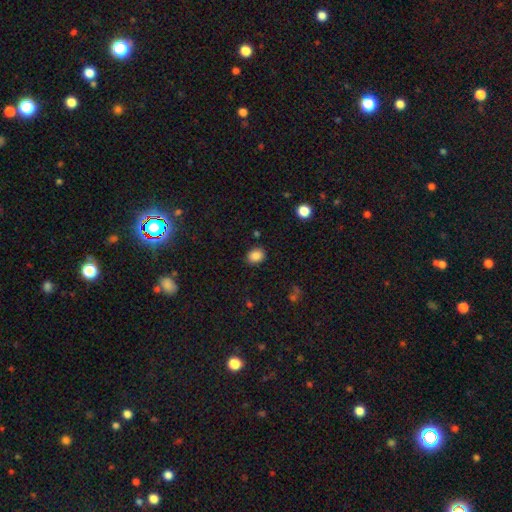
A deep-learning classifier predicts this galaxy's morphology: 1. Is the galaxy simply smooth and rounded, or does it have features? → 86% smooth, 10% star or artifact, 4% featured or disk.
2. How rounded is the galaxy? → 53% round, 46% in between, 1% cigar-shaped.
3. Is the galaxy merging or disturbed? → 86% none, 10% minor disturbance, 3% major disturbance, 2% merger.